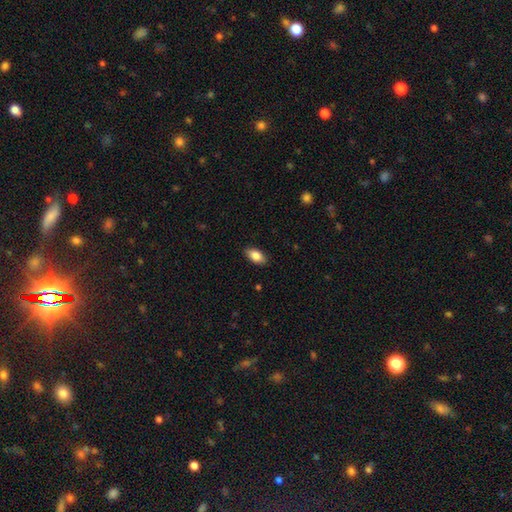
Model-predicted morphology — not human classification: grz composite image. It shows a smooth galaxy with no disk features (85%) that is in between round and cigar-shaped (91%). Merging: none (88%).